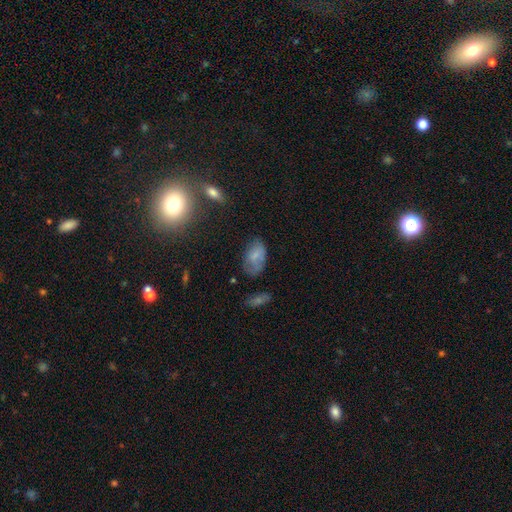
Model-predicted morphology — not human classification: type=smooth (72%); roundness=in between (92%); merging=none (51%).